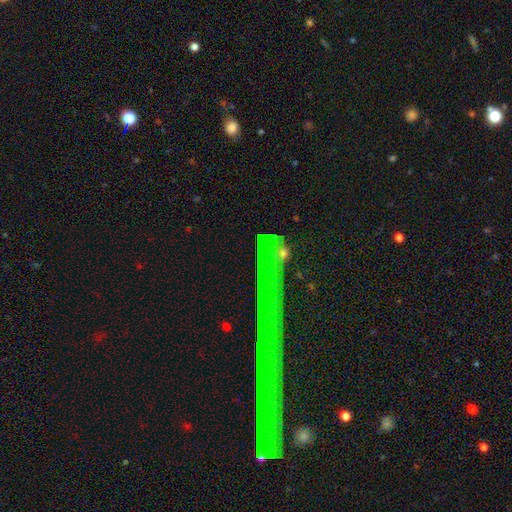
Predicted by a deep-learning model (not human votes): A star or artifact, not a galaxy (72%).